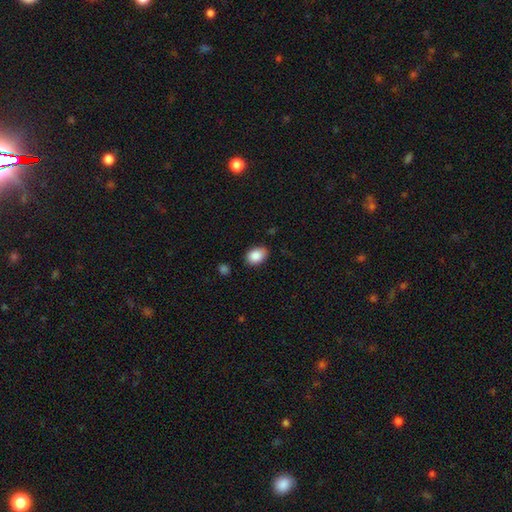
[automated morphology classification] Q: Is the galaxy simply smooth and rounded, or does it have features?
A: smooth — 88%.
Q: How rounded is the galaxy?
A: in between — 78%.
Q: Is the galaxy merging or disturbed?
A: none — 81%.